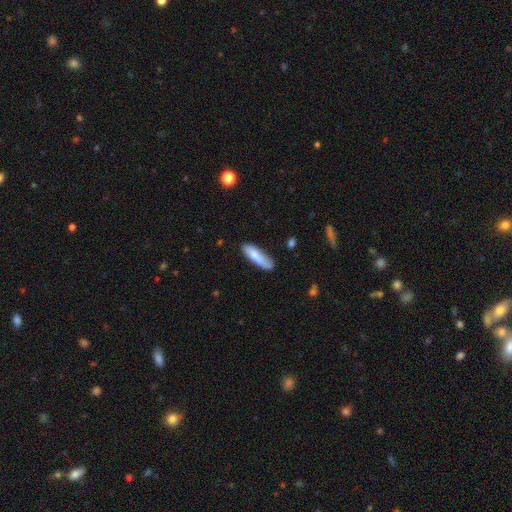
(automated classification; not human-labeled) A smooth galaxy with no disk features (76%) that is cigar-shaped (62%).

Vote fractions:
- Smooth or featured? smooth: 76% / featured or disk: 18% / star or artifact: 6%
- How rounded? cigar-shaped: 62% / in between: 36% / round: 2%
- Merging? none: 63% / minor disturbance: 26% / major disturbance: 6% / merger: 5%